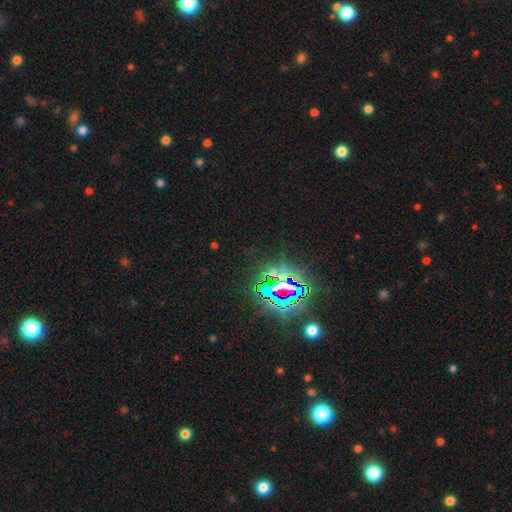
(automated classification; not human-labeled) A star or artifact, not a galaxy (83%).